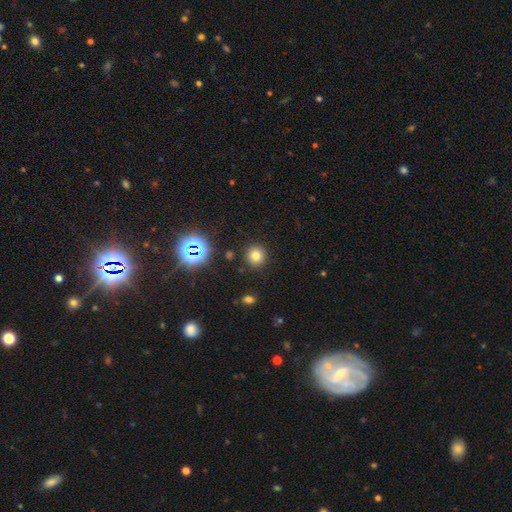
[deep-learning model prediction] A smooth galaxy with no disk features (75%) that is round (90%).

Vote fractions:
- Smooth or featured? smooth: 75% / star or artifact: 18% / featured or disk: 7%
- How rounded? round: 90% / in between: 9% / cigar-shaped: 1%
- Merging? none: 89% / minor disturbance: 6% / major disturbance: 2% / merger: 2%